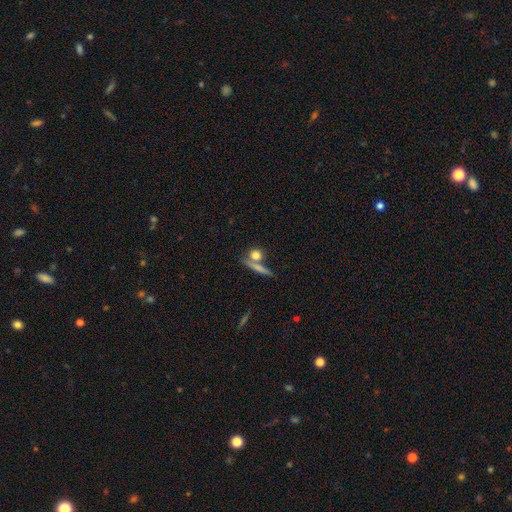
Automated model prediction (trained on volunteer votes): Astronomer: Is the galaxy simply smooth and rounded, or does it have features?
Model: smooth — 76%.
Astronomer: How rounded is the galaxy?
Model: round — 59%.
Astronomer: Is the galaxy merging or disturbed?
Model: none — 59%.